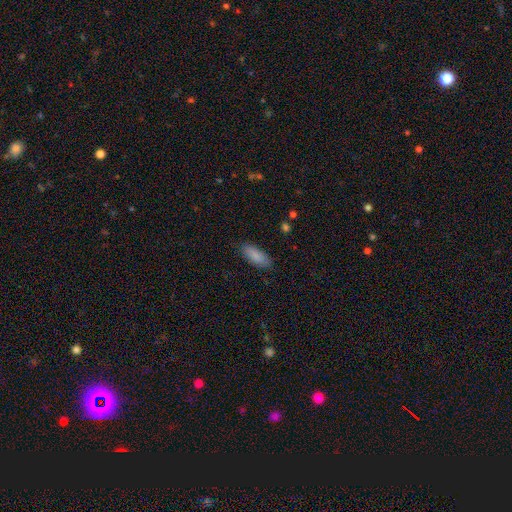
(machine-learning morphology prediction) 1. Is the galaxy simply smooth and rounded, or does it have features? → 87% smooth, 7% featured or disk, 6% star or artifact.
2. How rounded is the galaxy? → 74% in between, 25% cigar-shaped, 2% round.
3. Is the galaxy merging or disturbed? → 86% none, 11% minor disturbance, 2% major disturbance, 1% merger.